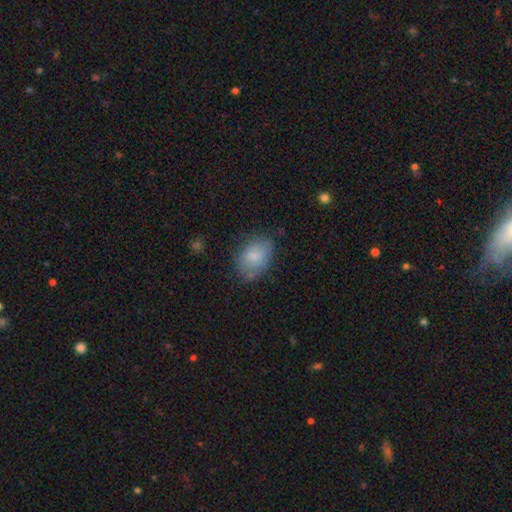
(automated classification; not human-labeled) Q: Smooth or featured?
A: smooth (82%); runner-up: featured or disk (11%)
Q: How rounded?
A: in between (81%); runner-up: round (18%)
Q: Merging?
A: none (68%); runner-up: minor disturbance (23%)